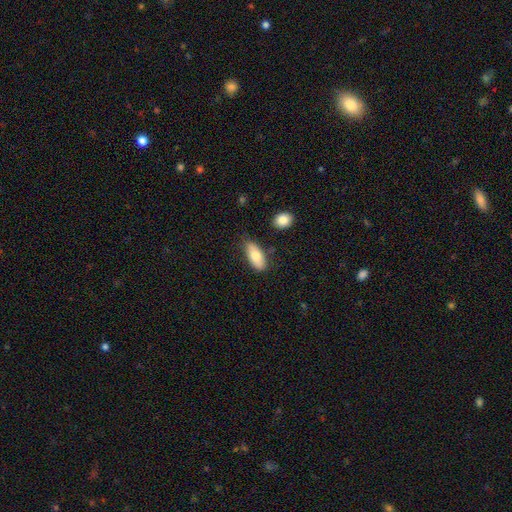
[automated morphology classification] Overall: smooth (74%). How rounded: in between (86%). Merging: none (76%).